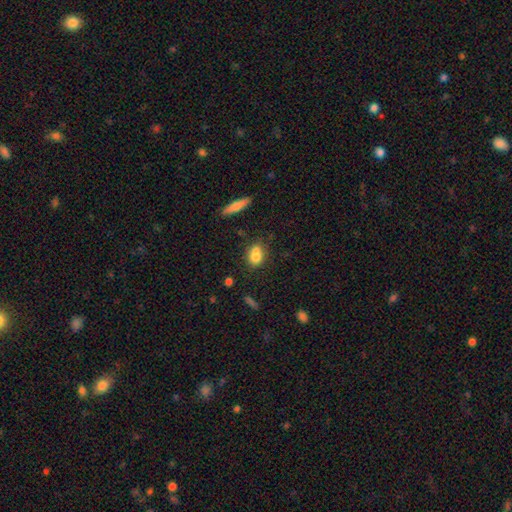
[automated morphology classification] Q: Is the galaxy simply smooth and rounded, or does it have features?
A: smooth — 77%.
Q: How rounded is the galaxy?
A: in between — 67%.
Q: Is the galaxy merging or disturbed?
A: none — 49%.